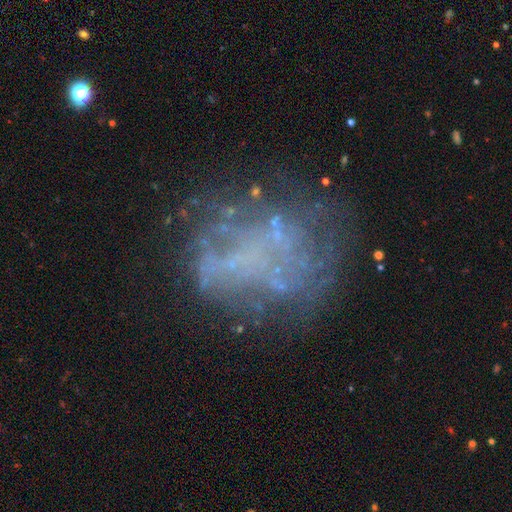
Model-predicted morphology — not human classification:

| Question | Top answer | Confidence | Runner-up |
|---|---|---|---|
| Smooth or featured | featured or disk | 59% | smooth (21%) |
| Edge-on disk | no | 98% | yes (2%) |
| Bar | no | 90% | weak (7%) |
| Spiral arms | no | 85% | yes (15%) |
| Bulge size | none | 85% | small (8%) |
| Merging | none | 54% | major disturbance (24%) |